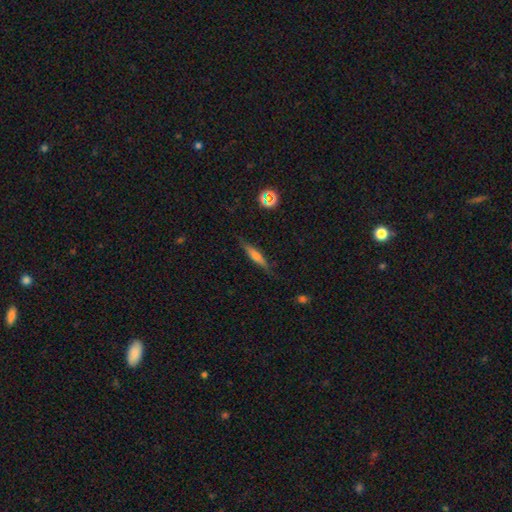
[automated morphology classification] Smooth or featured? Predicted: smooth (p=0.46). Merging? Predicted: none (p=0.84).